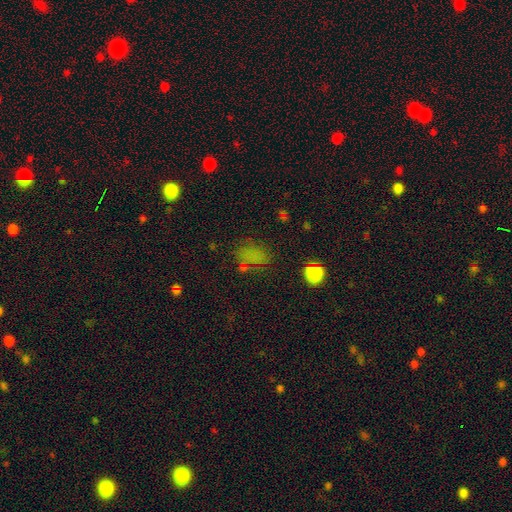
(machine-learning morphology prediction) smooth 61%, star or artifact 29%, featured or disk 11%. Down the decision tree: how rounded — in between (70%); merging — none (60%).